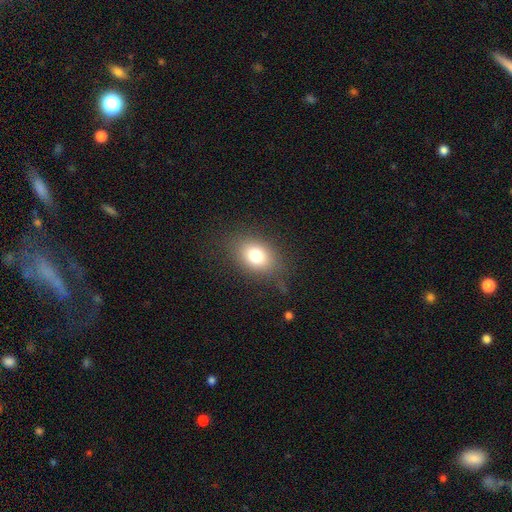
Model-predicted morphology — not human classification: type=smooth (76%); roundness=in between (65%); merging=none (77%).